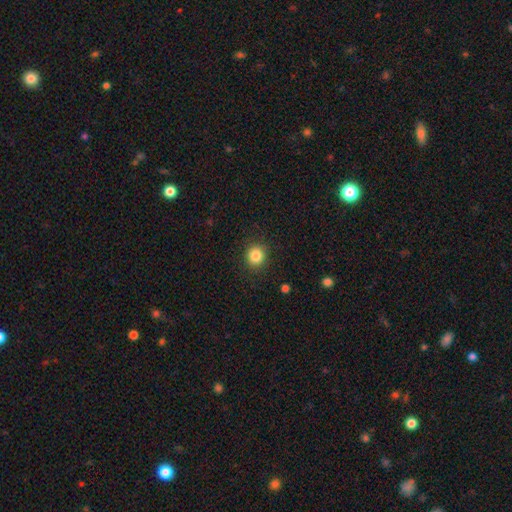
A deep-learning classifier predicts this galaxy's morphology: A smooth galaxy with no disk features (85%) that is round (89%).

Vote fractions:
- Smooth or featured? smooth: 85% / star or artifact: 11% / featured or disk: 5%
- How rounded? round: 89% / in between: 10% / cigar-shaped: 1%
- Merging? none: 90% / minor disturbance: 7% / major disturbance: 2% / merger: 1%